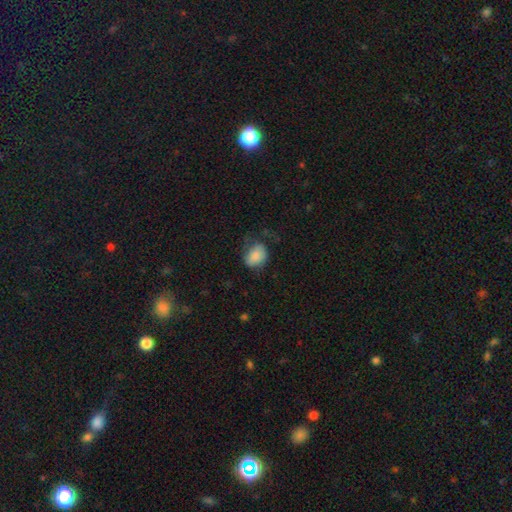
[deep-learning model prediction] Overall: smooth (82%). How rounded: in between (65%; round 34%). Merging: none (50%; minor disturbance 32%).